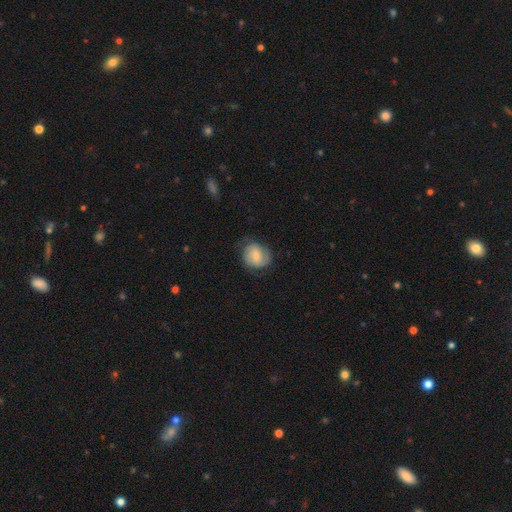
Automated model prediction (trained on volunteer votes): This is possibly a smooth galaxy (59%). How rounded: likely round (71%). Merging: likely none (63%).